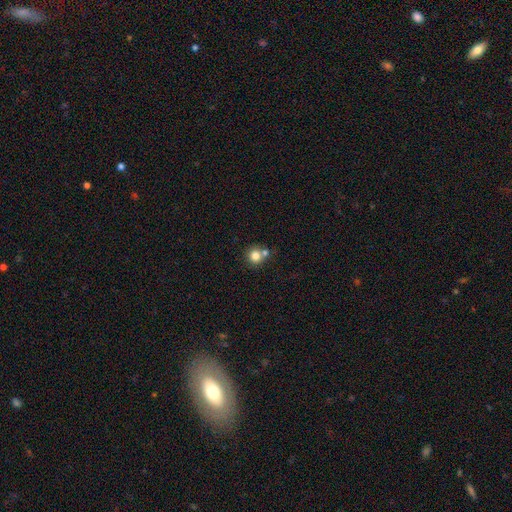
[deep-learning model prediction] Smooth or featured?
  - smooth: 80% *
  - star or artifact: 11%
  - featured or disk: 9%
How rounded?
  - round: 91% *
  - in between: 8%
  - cigar-shaped: 1%
Merging?
  - none: 59% *
  - merger: 30%
  - minor disturbance: 8%
  - major disturbance: 3%